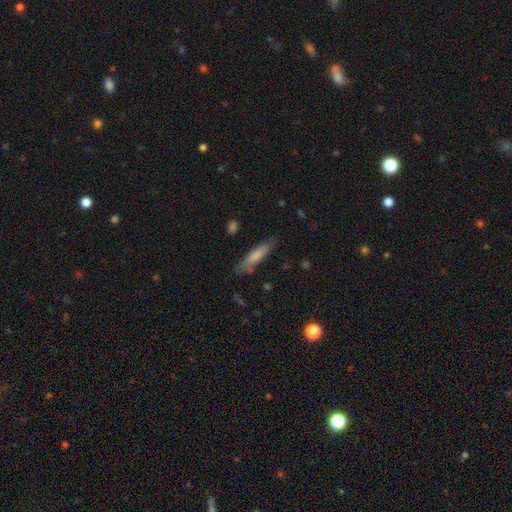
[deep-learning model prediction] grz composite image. It shows a smooth galaxy with no disk features (75%) that is cigar-shaped (81%). Merging: none (75%).